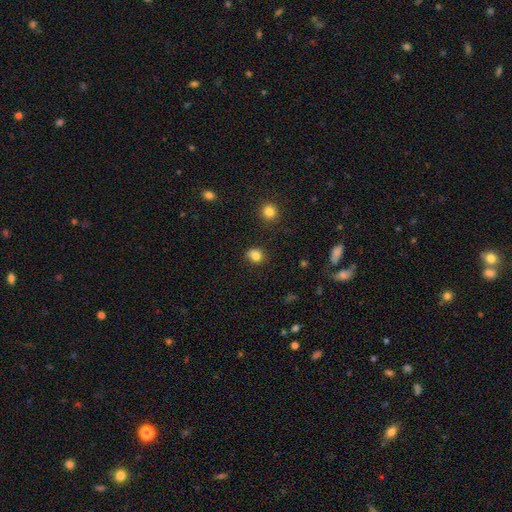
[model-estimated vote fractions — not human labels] Smooth or featured?
  - smooth: 82% *
  - star or artifact: 12%
  - featured or disk: 6%
How rounded?
  - round: 73% *
  - in between: 26%
  - cigar-shaped: 1%
Merging?
  - none: 75% *
  - minor disturbance: 18%
  - major disturbance: 4%
  - merger: 3%